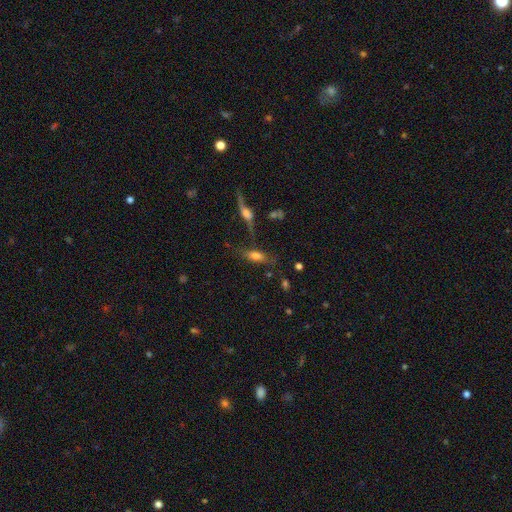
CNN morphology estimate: Smooth or featured?
  - smooth: 64% *
  - featured or disk: 24%
  - star or artifact: 13%
How rounded?
  - in between: 73% *
  - cigar-shaped: 22%
  - round: 5%
Merging?
  - none: 59% *
  - minor disturbance: 19%
  - merger: 12%
  - major disturbance: 11%